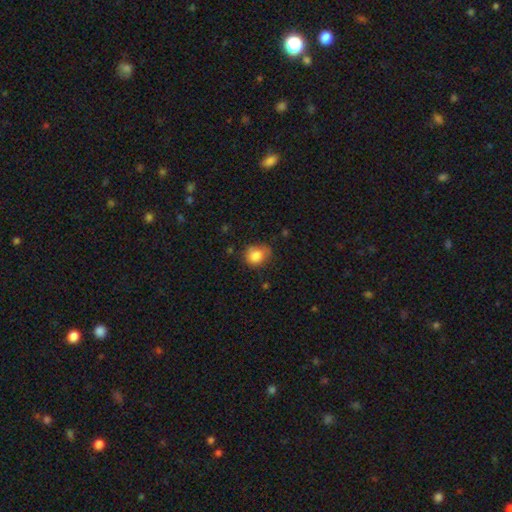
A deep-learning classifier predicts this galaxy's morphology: type=smooth (84%); roundness=round (61%); merging=none (57%).